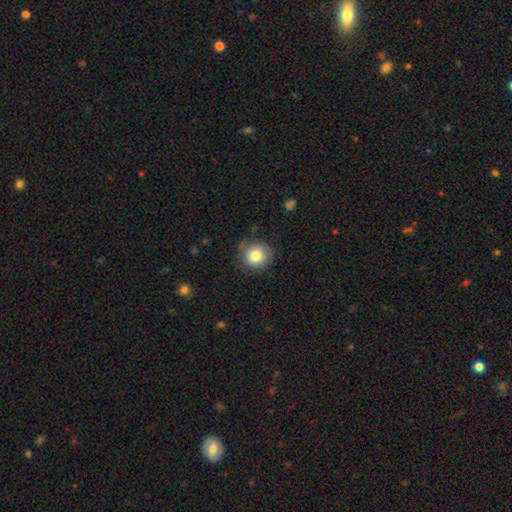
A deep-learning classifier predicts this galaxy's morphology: Q: Smooth or featured?
A: smooth (82%); runner-up: featured or disk (9%)
Q: How rounded?
A: round (90%); runner-up: in between (9%)
Q: Merging?
A: none (78%); runner-up: minor disturbance (16%)